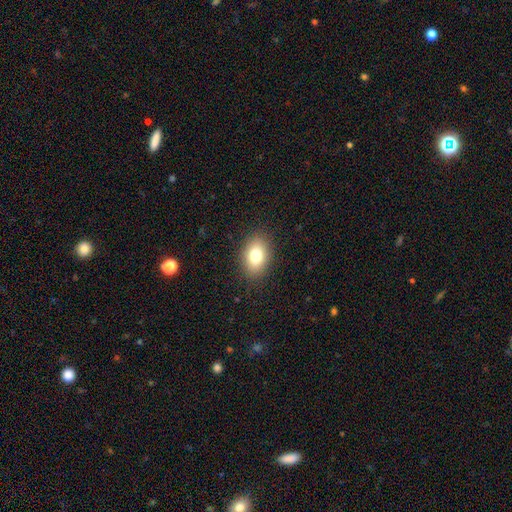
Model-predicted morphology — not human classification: A smooth galaxy with no disk features (78%) that is in between round and cigar-shaped (77%).

Vote fractions:
- Smooth or featured? smooth: 78% / featured or disk: 12% / star or artifact: 10%
- How rounded? in between: 77% / round: 22% / cigar-shaped: 1%
- Merging? none: 87% / minor disturbance: 9% / major disturbance: 3% / merger: 1%